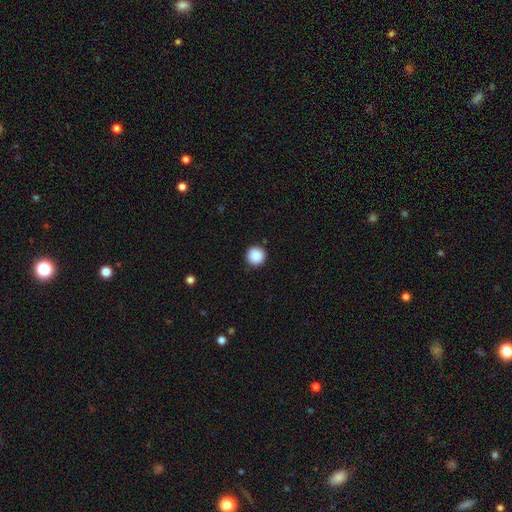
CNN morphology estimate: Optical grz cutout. It shows a smooth galaxy with no disk features (88%) that is round (96%). Merging: none (92%).